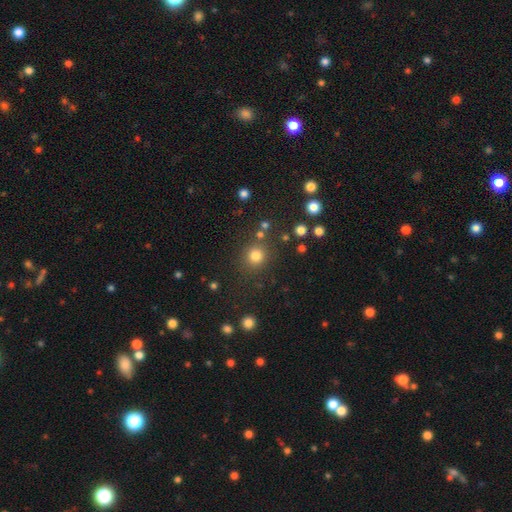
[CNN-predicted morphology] This is clearly a smooth galaxy (81%). How rounded: clearly round (91%). Merging: clearly none (84%).